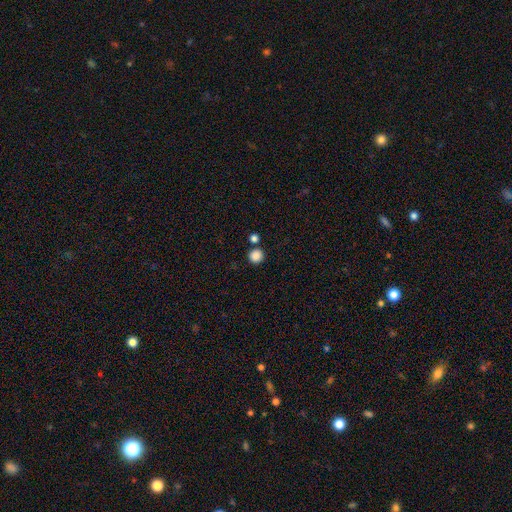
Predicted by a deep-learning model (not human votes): Overall: smooth (87%). How rounded: round (94%). Merging: none (81%).